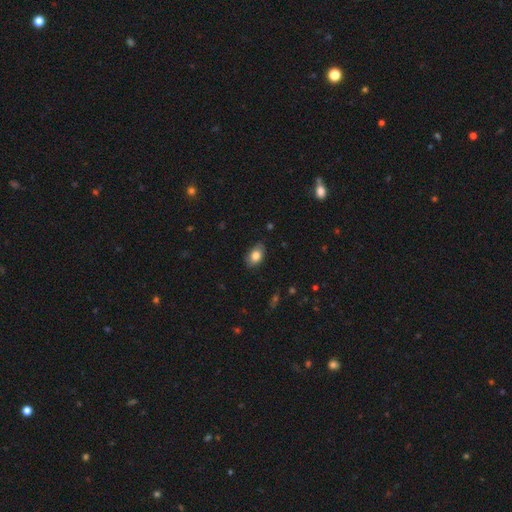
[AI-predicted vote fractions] A smooth galaxy with no disk features (81%) that is in between round and cigar-shaped (85%).

Vote fractions:
- Smooth or featured? smooth: 81% / featured or disk: 11% / star or artifact: 8%
- How rounded? in between: 85% / round: 13% / cigar-shaped: 1%
- Merging? none: 79% / minor disturbance: 17% / major disturbance: 3% / merger: 1%